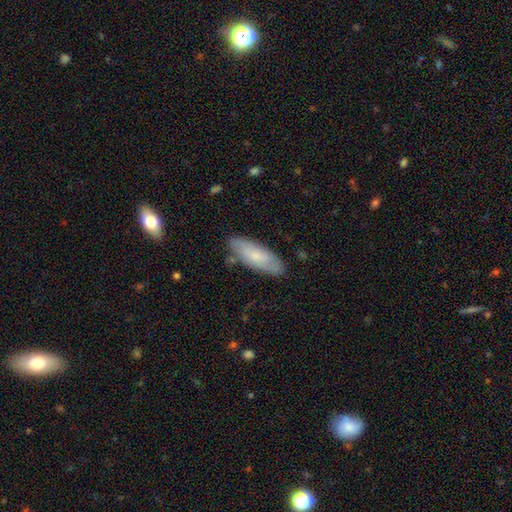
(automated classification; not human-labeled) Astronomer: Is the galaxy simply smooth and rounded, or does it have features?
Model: smooth — 67%.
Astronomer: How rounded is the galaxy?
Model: in between — 68%.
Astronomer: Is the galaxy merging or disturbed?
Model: none — 78%.